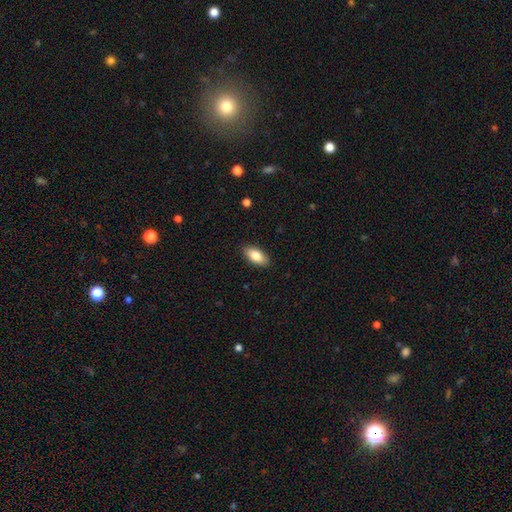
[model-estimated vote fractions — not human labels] Q: Smooth or featured?
A: smooth (84%); runner-up: featured or disk (10%)
Q: How rounded?
A: in between (91%); runner-up: cigar-shaped (7%)
Q: Merging?
A: none (88%); runner-up: minor disturbance (9%)